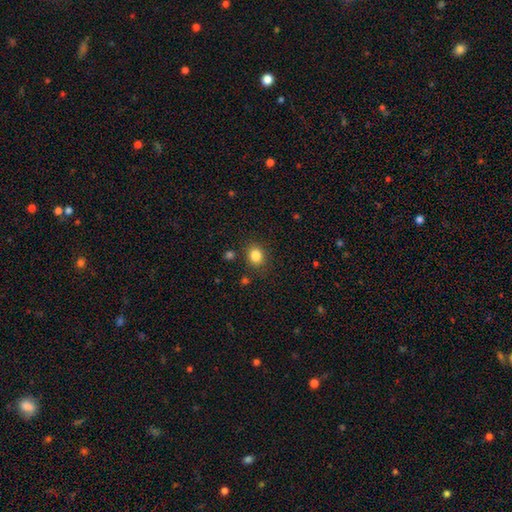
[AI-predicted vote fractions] Smooth or featured? smooth (84%)
How rounded? round (67%)
Merging? none (85%)